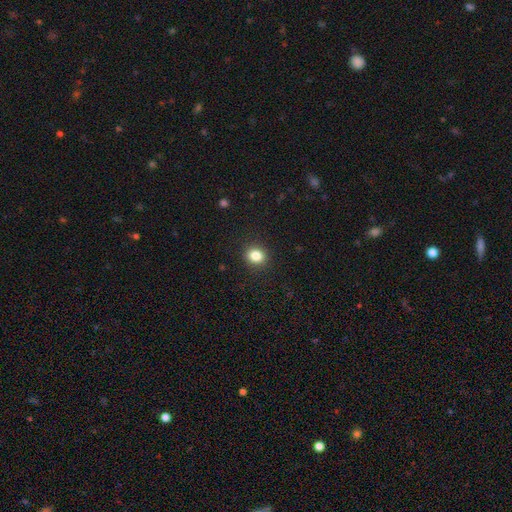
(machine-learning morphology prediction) This is clearly a smooth galaxy (84%). How rounded: likely round (71%). Merging: clearly none (90%).